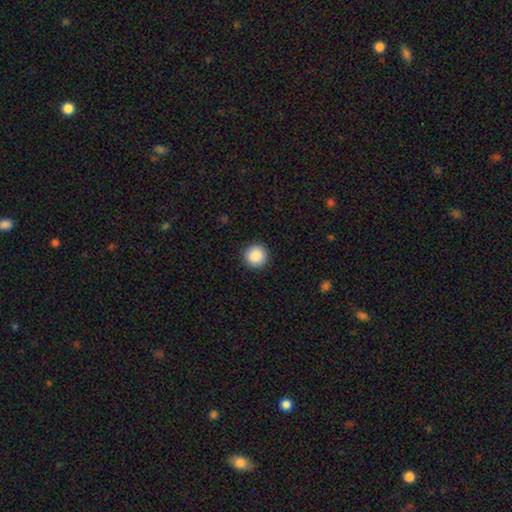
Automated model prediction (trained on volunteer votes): This is clearly a smooth galaxy (89%). How rounded: clearly round (96%). Merging: clearly none (93%).